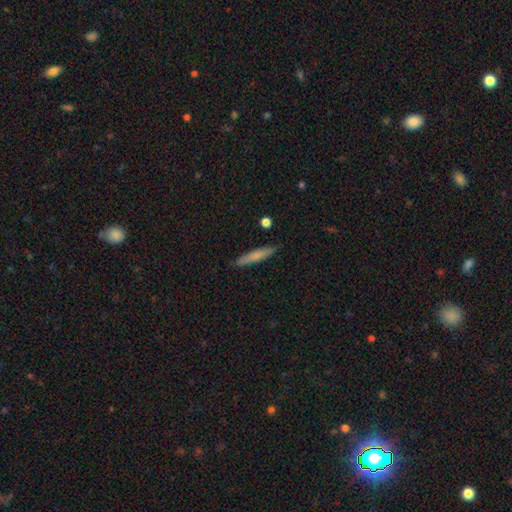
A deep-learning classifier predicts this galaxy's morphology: Smooth or featured?
  - smooth: 69% *
  - featured or disk: 25%
  - star or artifact: 6%
How rounded?
  - cigar-shaped: 92% *
  - in between: 6%
  - round: 1%
Merging?
  - none: 87% *
  - minor disturbance: 10%
  - major disturbance: 2%
  - merger: 2%